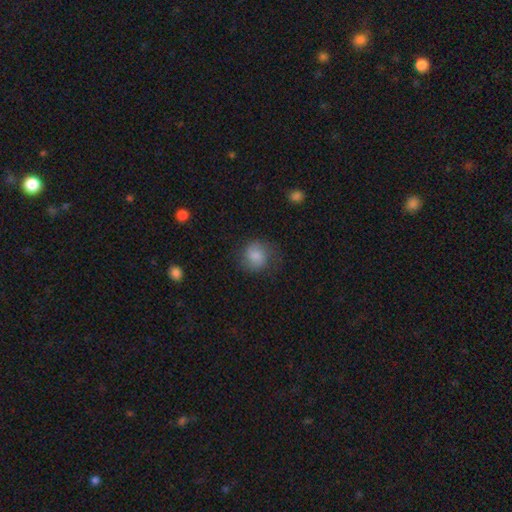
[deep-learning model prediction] smooth 70%, featured or disk 21%, star or artifact 9%. Down the decision tree: how rounded — round (80%); merging — none (67%).